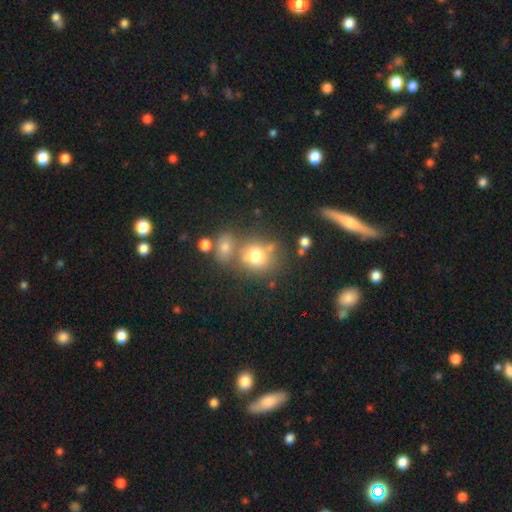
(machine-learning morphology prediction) type=smooth (74%); roundness=round (70%); merging=none (51%).